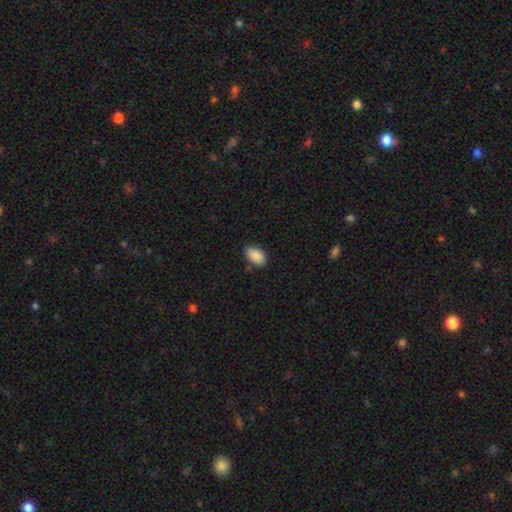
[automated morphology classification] Smooth or featured?
  - smooth: 90% *
  - star or artifact: 7%
  - featured or disk: 3%
How rounded?
  - in between: 93% *
  - round: 6%
  - cigar-shaped: 2%
Merging?
  - none: 80% *
  - minor disturbance: 15%
  - major disturbance: 3%
  - merger: 2%